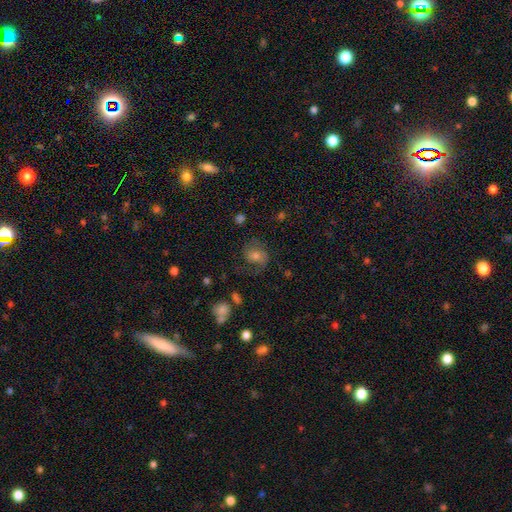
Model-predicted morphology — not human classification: Smooth or featured? featured or disk (43%, tied with smooth)
Merging? none (62%)